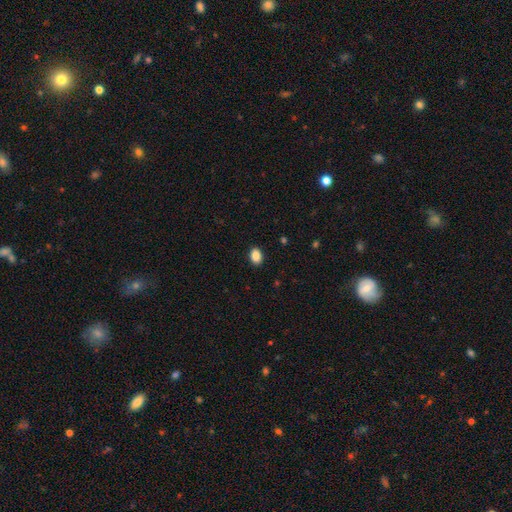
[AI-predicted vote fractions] Smooth or featured? smooth (89%)
How rounded? in between (76%)
Merging? none (90%)